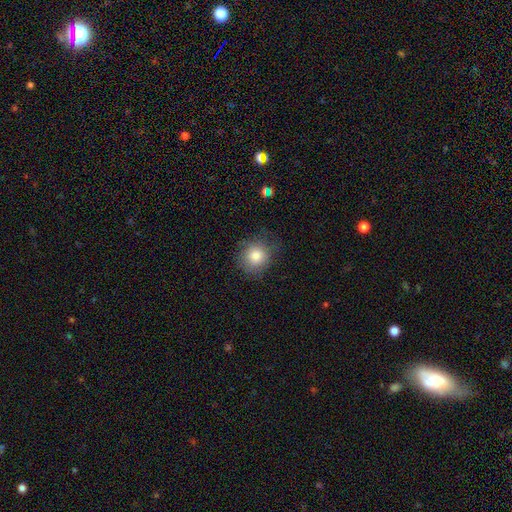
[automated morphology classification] type=smooth (82%); roundness=round (84%); merging=none (75%).